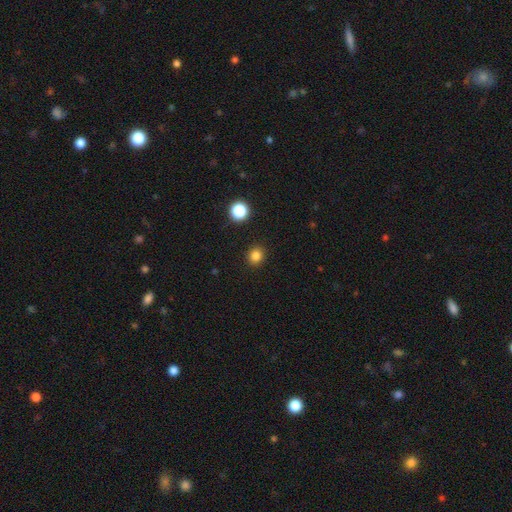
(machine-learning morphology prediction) smooth-or-featured: smooth: 82% | star or artifact: 14% | featured or disk: 4%
  how-rounded: round: 83% | in between: 16% | cigar-shaped: 1%
  merging: none: 92% | minor disturbance: 5% | major disturbance: 2% | merger: 1%